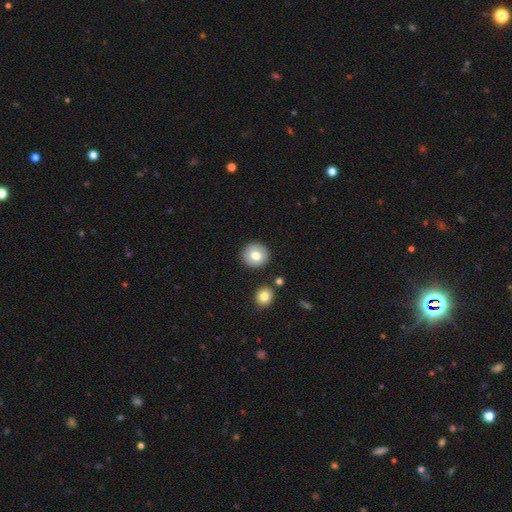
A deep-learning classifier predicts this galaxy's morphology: type=smooth (74%); roundness=round (92%); merging=none (88%).